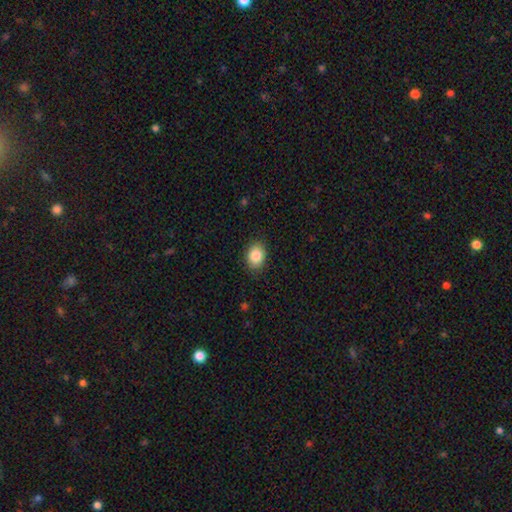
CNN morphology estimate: smooth 85%, star or artifact 8%, featured or disk 6%. Down the decision tree: how rounded — in between (64%); merging — none (87%).